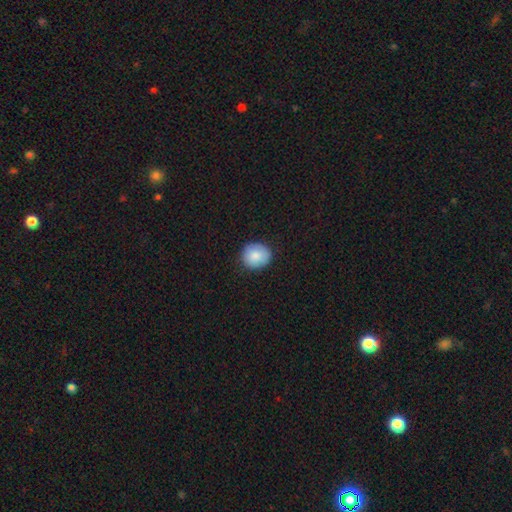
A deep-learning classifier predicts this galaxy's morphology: smooth_or_featured: smooth (p=0.85) [alt: featured or disk p=0.08]
how_rounded: round (p=0.82) [alt: in between p=0.18]
merging: none (p=0.87) [alt: minor disturbance p=0.10]